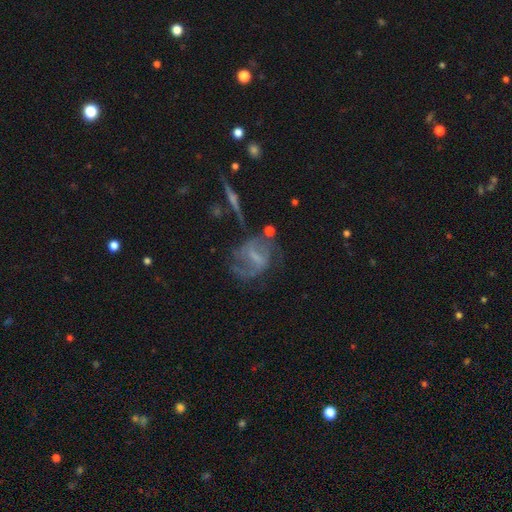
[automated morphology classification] Overall: featured or disk (75%). Edge-on disk: no (95%). Bar: weak (47%; strong 35%). Spiral arms: yes (84%). Spiral arm count: 2 (67%). Spiral winding: medium (47%; loose 31%). Bulge size: none (39%; small 36%). Merging: none (54%; minor disturbance 20%).